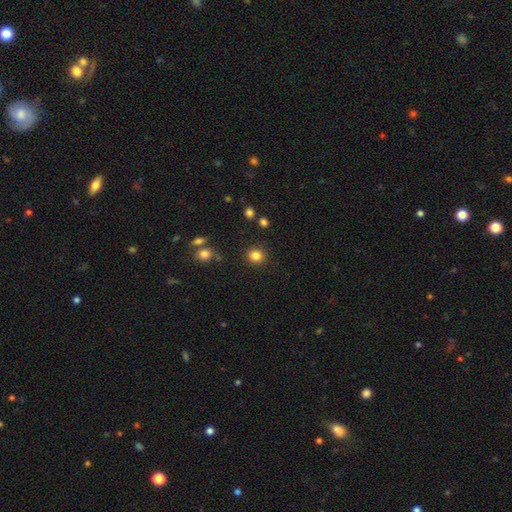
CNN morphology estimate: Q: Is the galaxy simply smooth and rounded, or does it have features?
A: smooth — 84%.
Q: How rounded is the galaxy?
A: round — 88%.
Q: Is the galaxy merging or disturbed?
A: none — 89%.